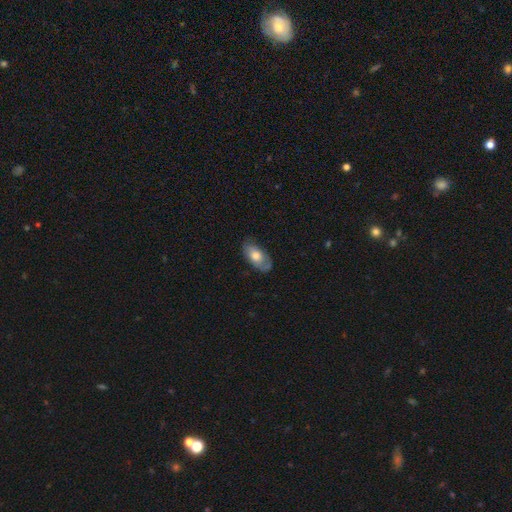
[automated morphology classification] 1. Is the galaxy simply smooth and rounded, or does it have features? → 65% smooth, 29% featured or disk, 6% star or artifact.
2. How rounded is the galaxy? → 92% in between, 4% round, 4% cigar-shaped.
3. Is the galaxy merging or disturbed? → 72% none, 21% minor disturbance, 6% major disturbance, 1% merger.